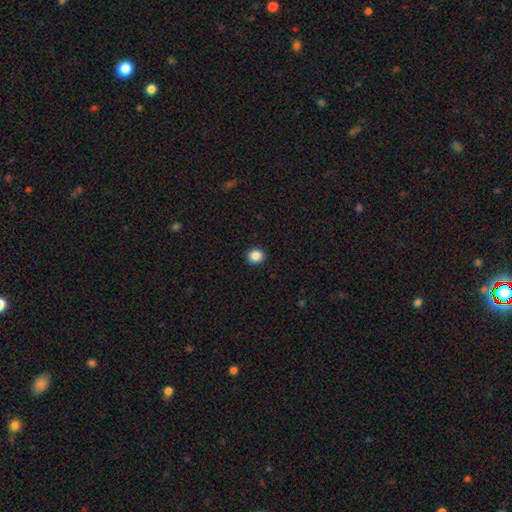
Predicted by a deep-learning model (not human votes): smooth-or-featured: smooth: 87% | star or artifact: 10% | featured or disk: 3%
  how-rounded: round: 82% | in between: 17% | cigar-shaped: 1%
  merging: none: 92% | minor disturbance: 5% | major disturbance: 2% | merger: 1%